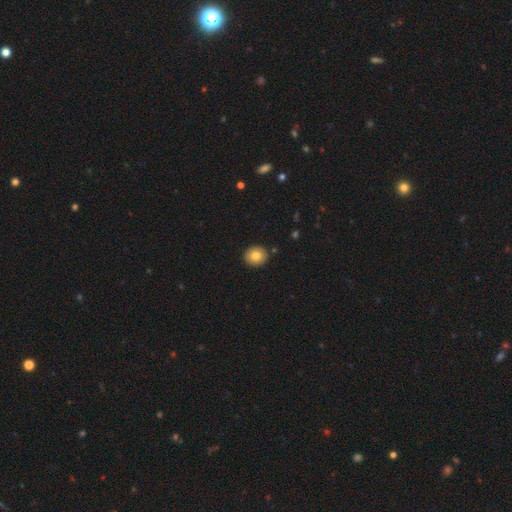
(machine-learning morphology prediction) Smooth or featured: smooth — 81% (featured or disk — 10%)
How rounded: round — 85% (in between — 14%)
Merging: none — 91% (minor disturbance — 6%)